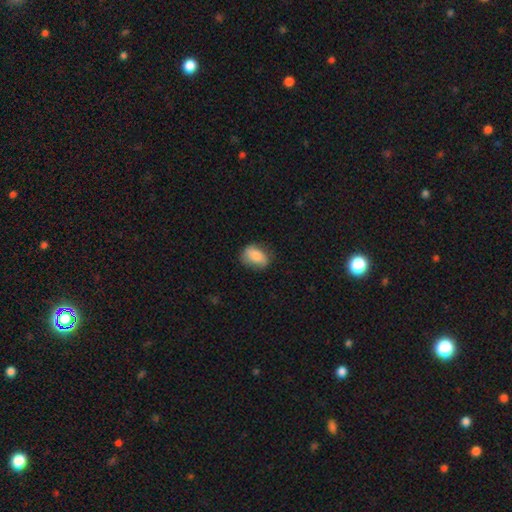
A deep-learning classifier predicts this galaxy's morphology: type=smooth (83%); roundness=in between (84%); merging=none (68%).